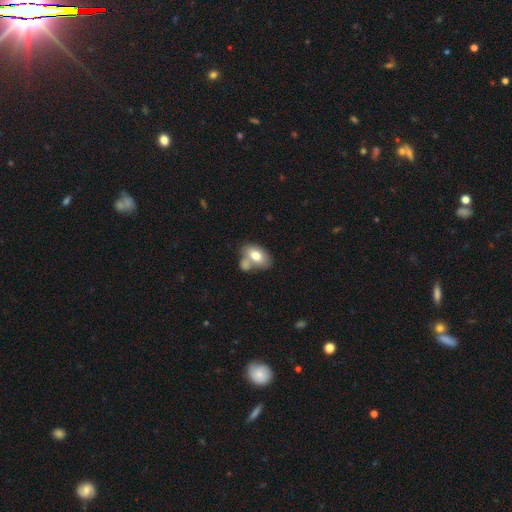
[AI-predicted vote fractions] smooth_or_featured: smooth (p=0.73) [alt: featured or disk p=0.20]
how_rounded: in between (p=0.88) [alt: round p=0.11]
merging: merger (p=0.43) [alt: none p=0.37]